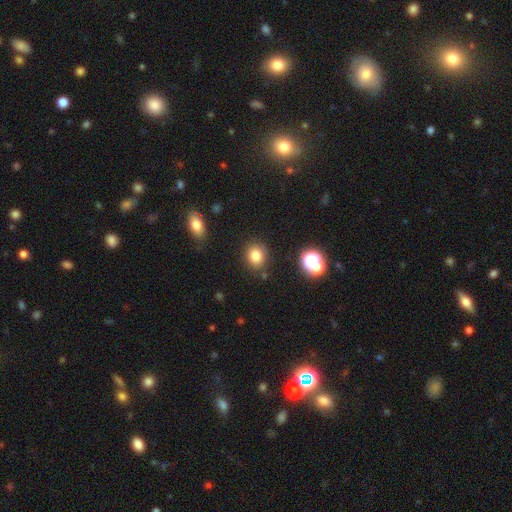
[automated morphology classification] type=smooth (81%); roundness=round (74%); merging=none (84%).